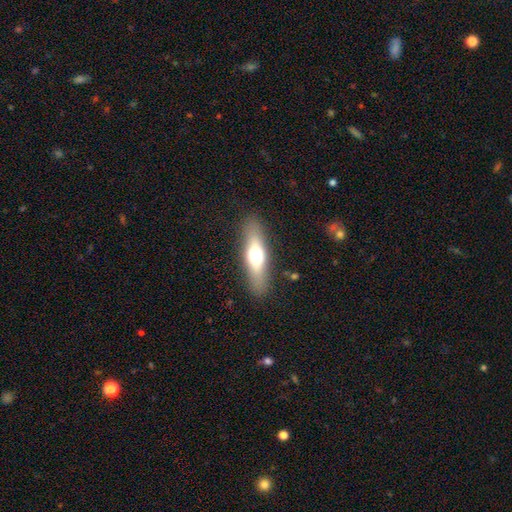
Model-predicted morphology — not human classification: A smooth galaxy with no disk features (52%) that is cigar-shaped (63%). Merging: none (86%).